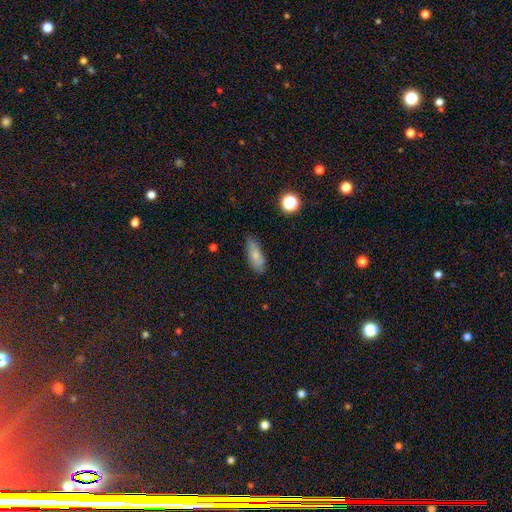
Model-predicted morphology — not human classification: type=smooth (74%); roundness=in between (75%); merging=none (74%).